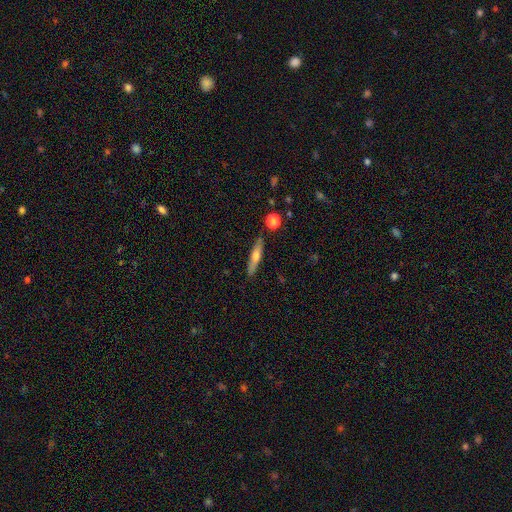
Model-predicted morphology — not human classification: A featured or disk galaxy (47%). Merging: none (87%).